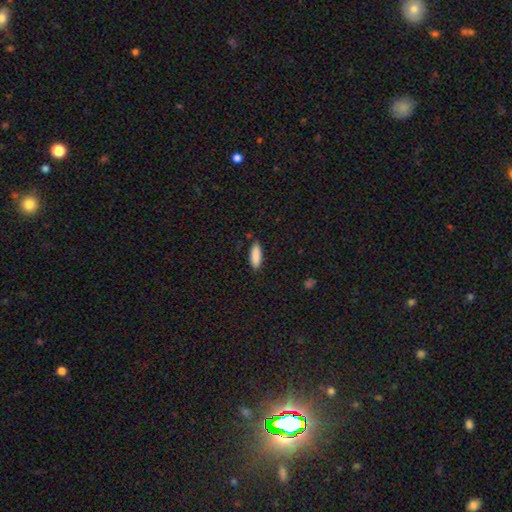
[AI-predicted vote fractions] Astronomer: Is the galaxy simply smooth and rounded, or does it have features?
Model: smooth — 89%.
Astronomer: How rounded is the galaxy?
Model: in between — 59% (runner-up: cigar-shaped, 40%).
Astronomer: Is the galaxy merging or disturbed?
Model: none — 85%.